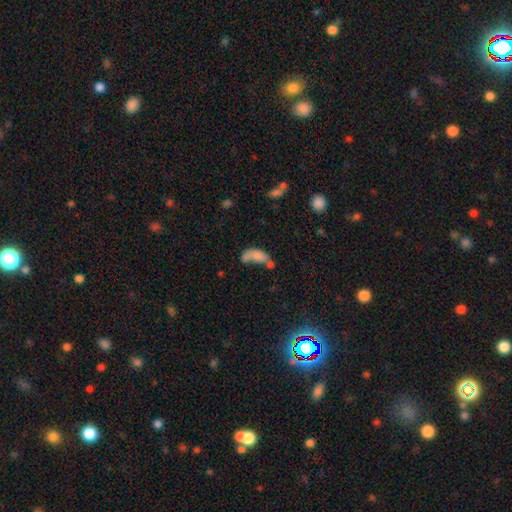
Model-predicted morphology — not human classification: A smooth galaxy with no disk features (69%) that is in between round and cigar-shaped (84%).

Vote fractions:
- Smooth or featured? smooth: 69% / featured or disk: 20% / star or artifact: 11%
- How rounded? in between: 84% / cigar-shaped: 11% / round: 5%
- Merging? merger: 41% / none: 22% / major disturbance: 21% / minor disturbance: 16%